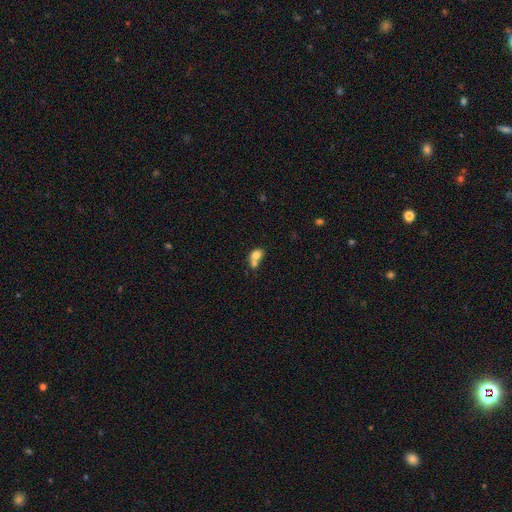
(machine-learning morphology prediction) A smooth galaxy with no disk features (74%) that is in between round and cigar-shaped (55%). Merging: merger (62%).